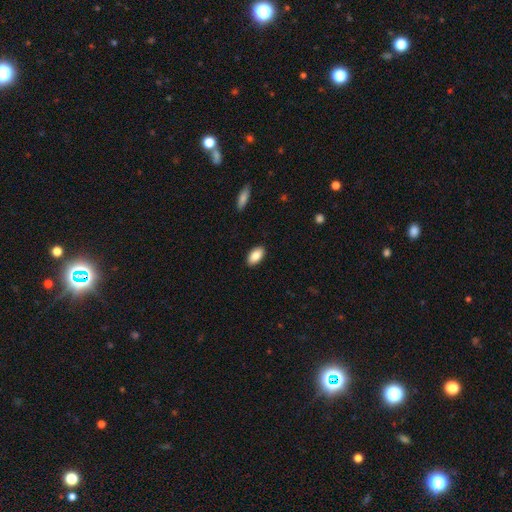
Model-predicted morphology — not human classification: A smooth galaxy with no disk features (87%) that is in between round and cigar-shaped (94%). Merging: none (89%).